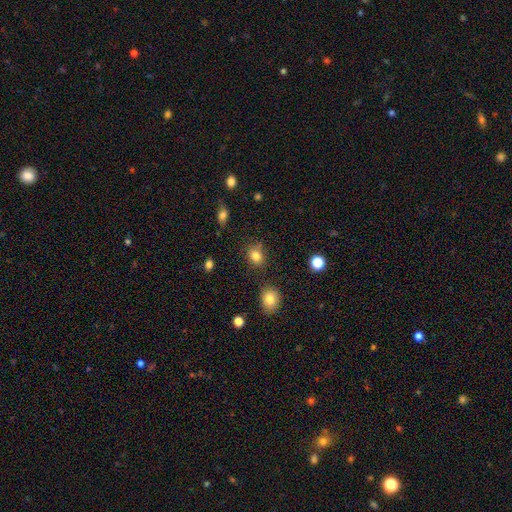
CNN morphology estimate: Smooth or featured?
  - smooth: 82% *
  - star or artifact: 12%
  - featured or disk: 6%
How rounded?
  - round: 55% *
  - in between: 44%
  - cigar-shaped: 1%
Merging?
  - none: 77% *
  - minor disturbance: 15%
  - merger: 5%
  - major disturbance: 4%